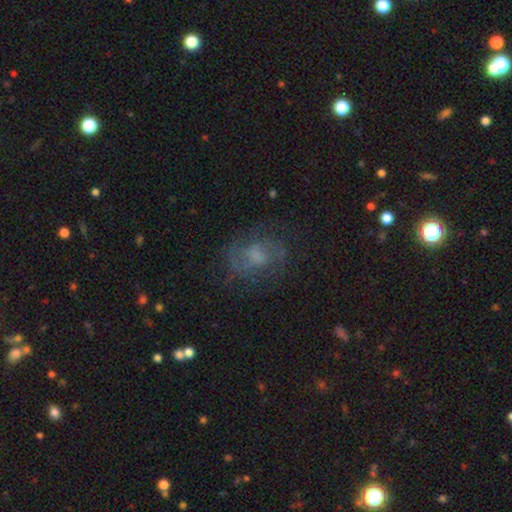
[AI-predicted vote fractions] Smooth or featured: featured or disk — 54% (smooth — 31%)
Edge-on disk: no — 97% (yes — 3%)
Bar: no — 57% (weak — 36%)
Spiral arms: yes — 74% (no — 26%)
Bulge size: moderate — 36% (small — 25%)
Merging: none — 66% (minor disturbance — 19%)